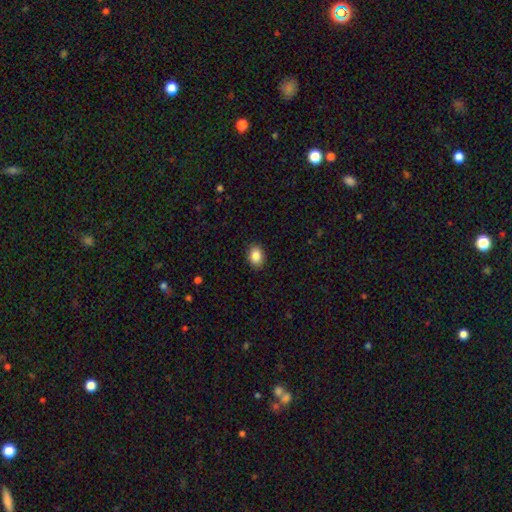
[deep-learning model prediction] Smooth or featured: smooth — 87% (star or artifact — 8%)
How rounded: in between — 73% (round — 26%)
Merging: none — 89% (minor disturbance — 8%)